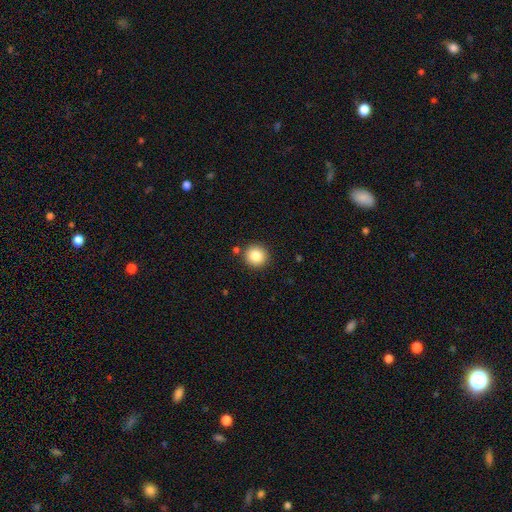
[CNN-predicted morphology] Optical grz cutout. It shows a smooth galaxy with no disk features (85%) that is round (93%). Merging: none (88%).